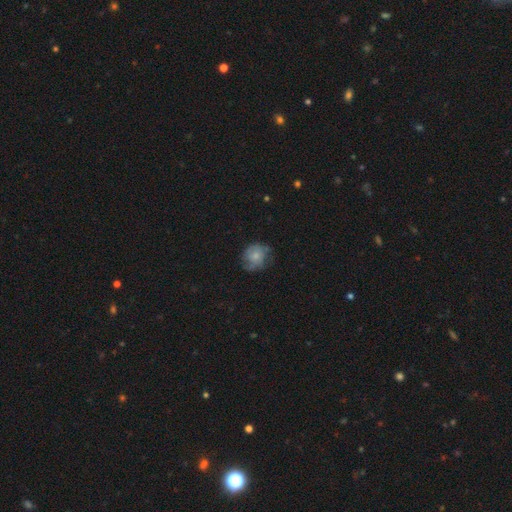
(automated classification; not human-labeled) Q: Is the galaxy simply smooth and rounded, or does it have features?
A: smooth — 63%.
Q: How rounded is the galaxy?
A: round — 76%.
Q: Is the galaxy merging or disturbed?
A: none — 58%.